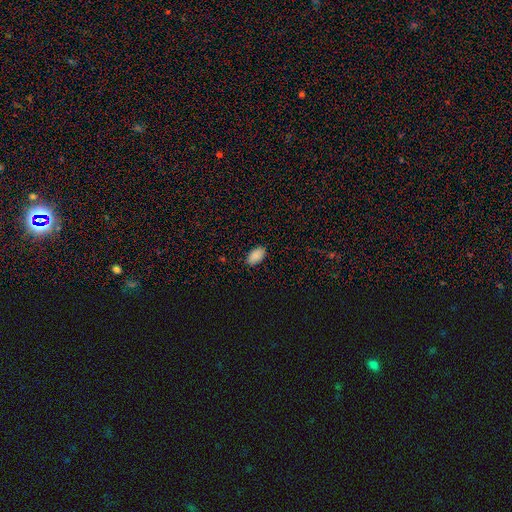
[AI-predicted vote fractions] The model was most divided on "merging": none: 86%, minor disturbance: 11%, major disturbance: 2%, merger: 1%. More confident: how rounded — in between (94%); smooth or featured — smooth (88%).